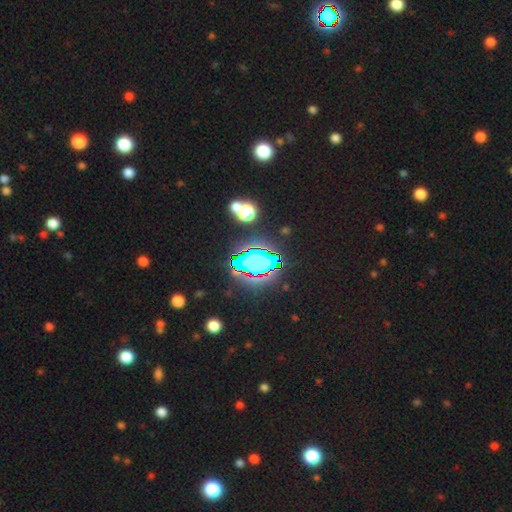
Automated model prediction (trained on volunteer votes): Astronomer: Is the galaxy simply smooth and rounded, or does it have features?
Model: star or artifact — 63%.